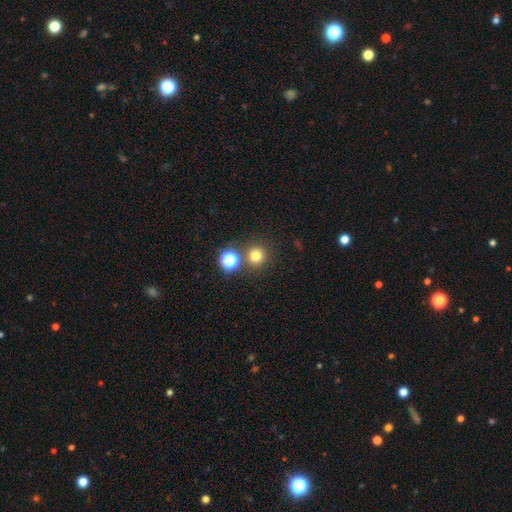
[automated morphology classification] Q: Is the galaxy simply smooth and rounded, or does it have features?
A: smooth — 76%.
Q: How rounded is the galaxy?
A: round — 92%.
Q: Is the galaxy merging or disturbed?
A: none — 79%.